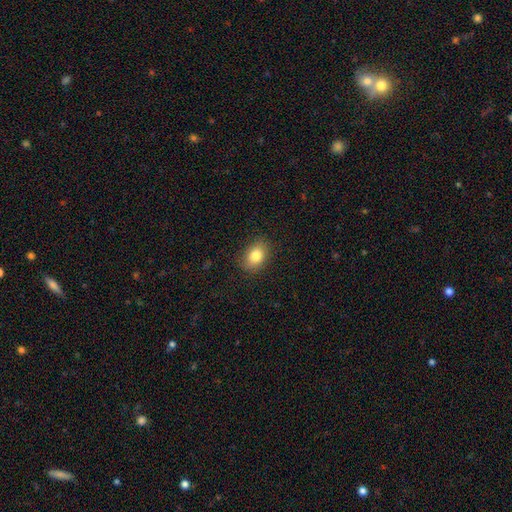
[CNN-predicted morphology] This appears to be a smooth galaxy with no disk features (82%) that is in between round and cigar-shaped (72%). Merging: none (85%).